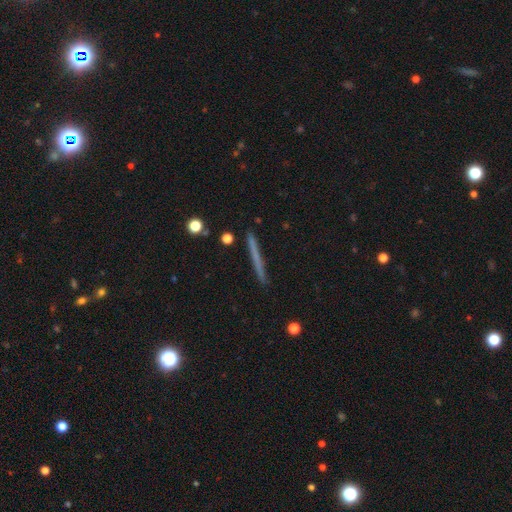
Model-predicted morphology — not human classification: This is possibly a smooth galaxy (53%). How rounded: clearly cigar-shaped (96%). Merging: clearly none (90%).